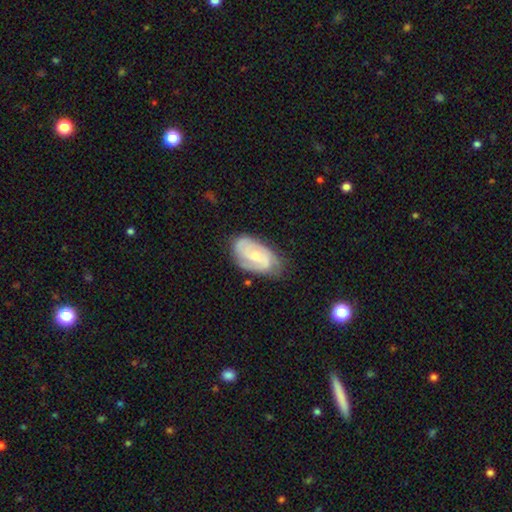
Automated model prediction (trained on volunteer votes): featured or disk 73%, smooth 21%, star or artifact 6%. Down the decision tree: edge-on disk — no (97%); bar — no (58%); spiral arms — yes (92%); spiral arm count — 2 (48%); spiral winding — tight (51%); bulge size — small (60%); merging — none (64%).